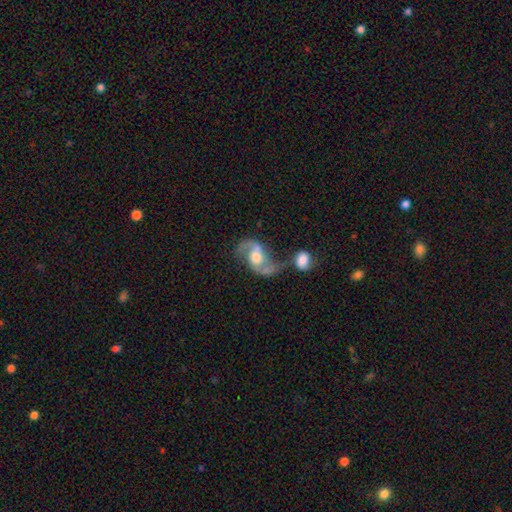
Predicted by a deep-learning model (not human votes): Smooth or featured?
  - featured or disk: 86% *
  - smooth: 8%
  - star or artifact: 6%
Edge-on disk?
  - no: 97% *
  - yes: 3%
Bar?
  - no: 42% * (tied)
  - weak: 42% * (tied)
  - strong: 17%
Spiral arms?
  - yes: 95% *
  - no: 5%
Spiral winding?
  - loose: 53% *
  - medium: 38%
  - tight: 8%
Spiral arm count?
  - 2: 92% *
  - can't tell: 3%
  - 1: 2%
  - 3: 1%
  - 4: 1%
  - more than 4: 1%
Bulge size?
  - moderate: 67% *
  - small: 17%
  - large: 12%
  - none: 2%
  - dominant: 2%
Merging?
  - none: 49% *
  - merger: 27%
  - minor disturbance: 14%
  - major disturbance: 9%